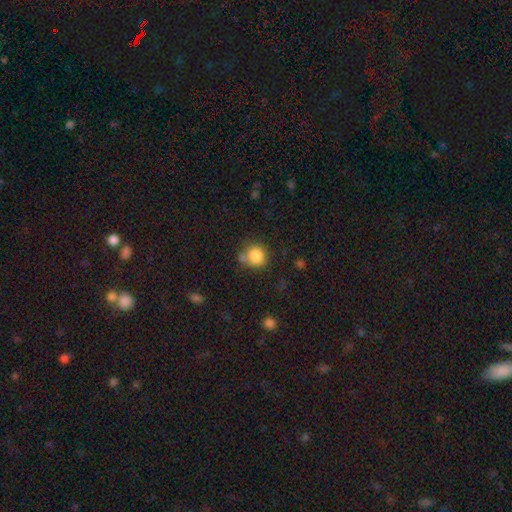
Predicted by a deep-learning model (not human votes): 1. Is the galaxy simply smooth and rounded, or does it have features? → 84% smooth, 10% star or artifact, 6% featured or disk.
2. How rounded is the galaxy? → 90% round, 9% in between, 1% cigar-shaped.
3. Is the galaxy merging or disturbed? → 66% none, 16% minor disturbance, 13% merger, 5% major disturbance.